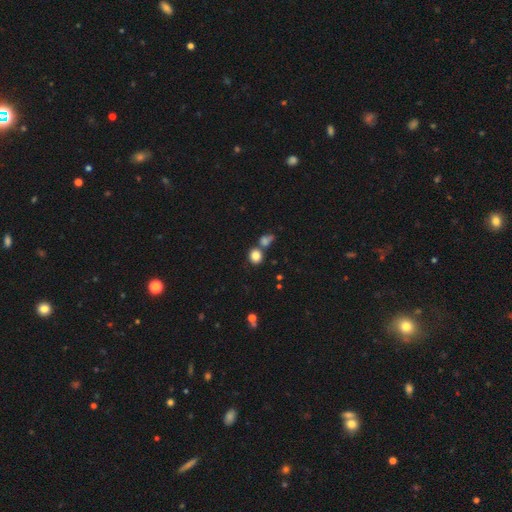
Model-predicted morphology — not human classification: A smooth galaxy with no disk features (83%) that is round (76%). Merging: none (59%).